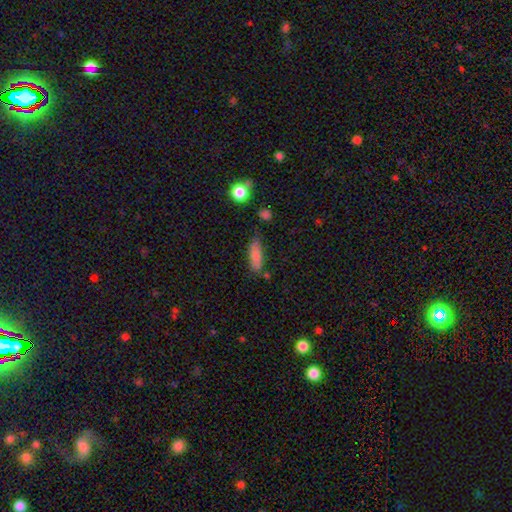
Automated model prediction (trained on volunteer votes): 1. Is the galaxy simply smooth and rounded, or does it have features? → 80% smooth, 12% featured or disk, 8% star or artifact.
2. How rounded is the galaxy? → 60% in between, 37% cigar-shaped, 3% round.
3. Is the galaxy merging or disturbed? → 68% none, 20% minor disturbance, 6% merger, 5% major disturbance.